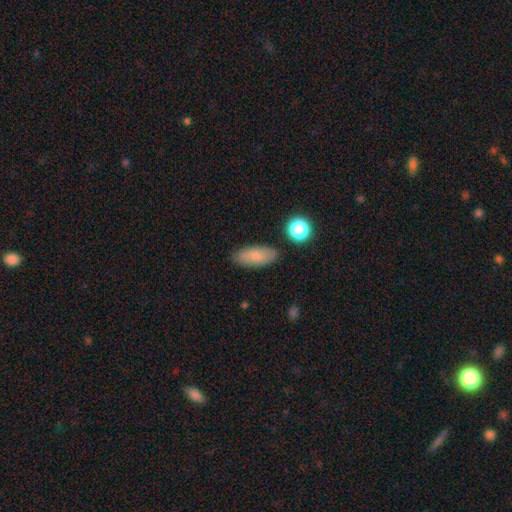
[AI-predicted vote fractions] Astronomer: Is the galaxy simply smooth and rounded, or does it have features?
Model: smooth — 82%.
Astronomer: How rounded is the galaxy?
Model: in between — 81%.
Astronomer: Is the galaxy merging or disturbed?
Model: none — 85%.